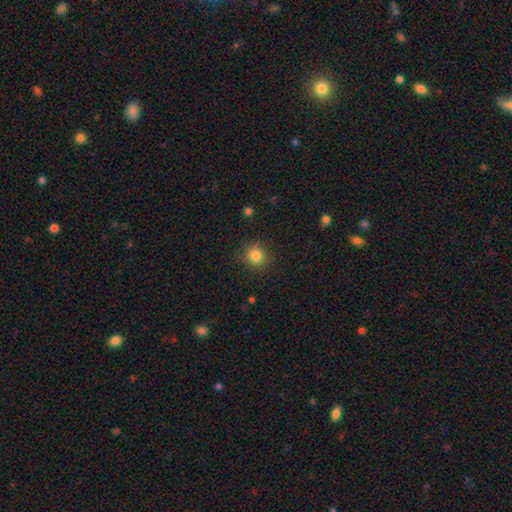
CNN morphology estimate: smooth 81%, star or artifact 13%, featured or disk 6%. Down the decision tree: how rounded — round (89%); merging — none (87%).